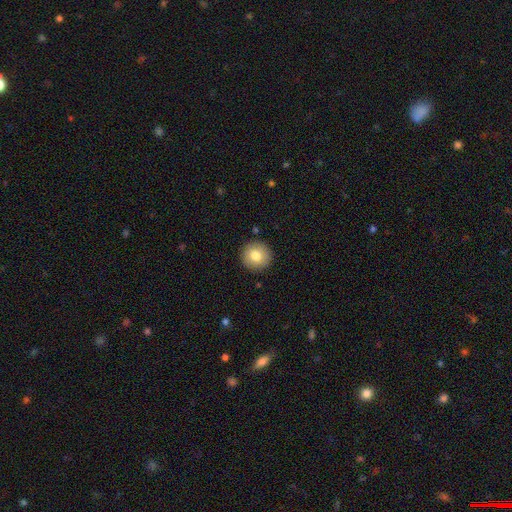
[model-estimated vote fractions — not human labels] Smooth or featured? smooth (81%)
How rounded? round (96%)
Merging? none (91%)